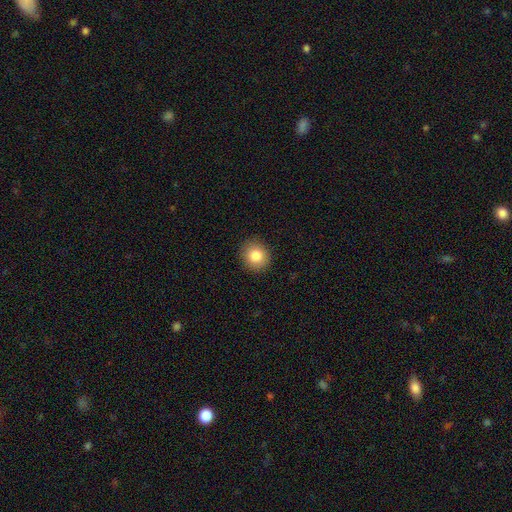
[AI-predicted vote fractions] The model was most divided on "how rounded": round: 85%, in between: 14%, cigar-shaped: 1%. More confident: merging — none (91%); smooth or featured — smooth (84%).